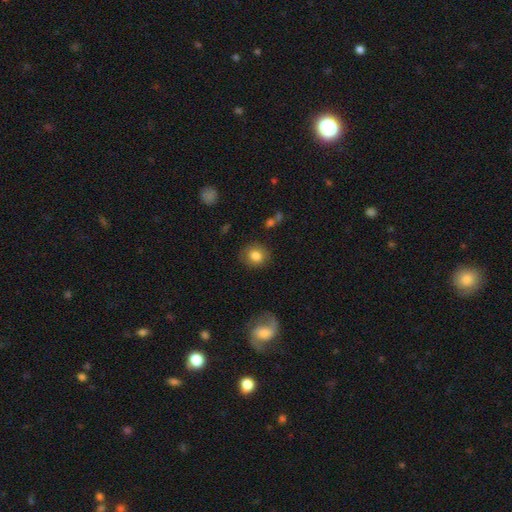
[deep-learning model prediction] Smooth or featured? Predicted: smooth (p=0.82). How rounded? Predicted: round (p=0.82). Merging? Predicted: none (p=0.85).